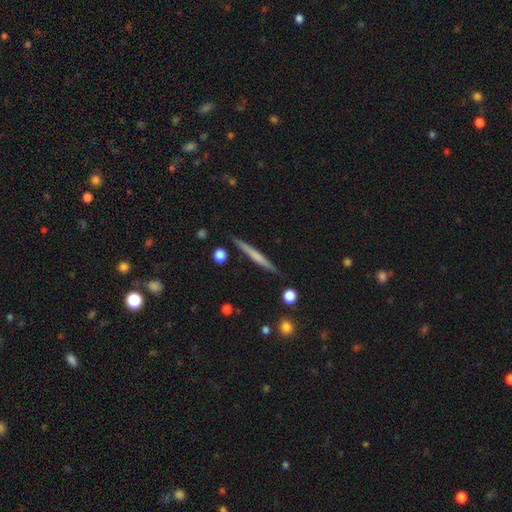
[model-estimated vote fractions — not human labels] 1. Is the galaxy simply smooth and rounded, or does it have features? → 48% featured or disk, 46% smooth, 6% star or artifact.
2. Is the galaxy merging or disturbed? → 89% none, 8% minor disturbance, 2% merger, 2% major disturbance.